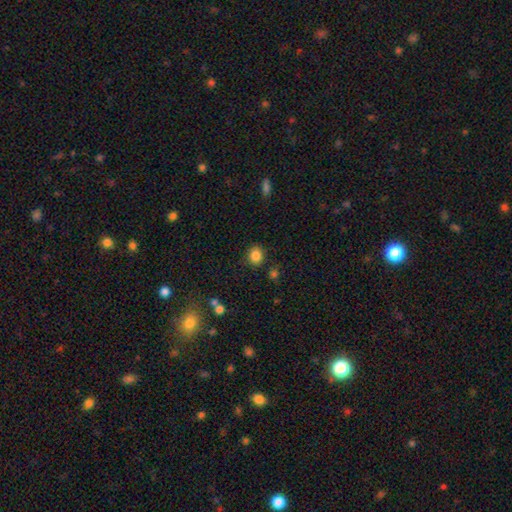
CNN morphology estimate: A smooth galaxy with no disk features (85%) that is round (71%). Merging: none (83%).